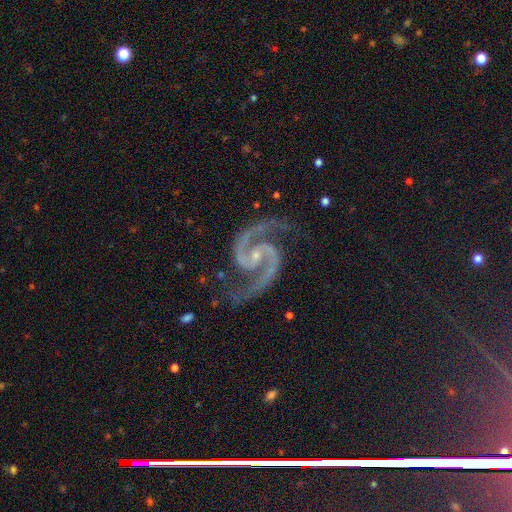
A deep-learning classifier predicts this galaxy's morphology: Overall: featured or disk (95%). Edge-on disk: no (98%). Bar: no (51%; weak 34%). Spiral arms: yes (99%). Spiral arm count: 2 (95%). Spiral winding: medium (69%). Bulge size: small (73%). Merging: none (78%).